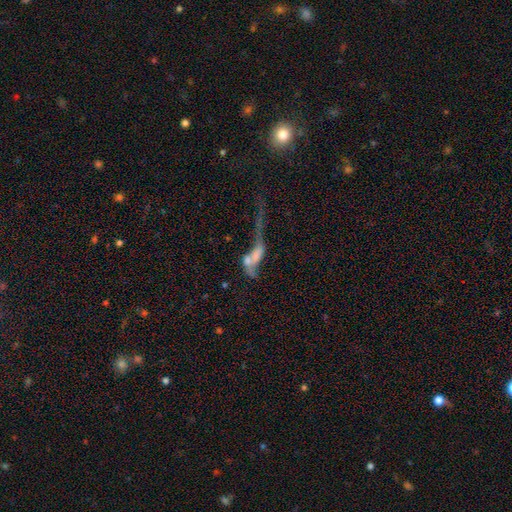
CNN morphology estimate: The model was most divided on "smooth or featured": featured or disk: 50%, smooth: 37%, star or artifact: 13%. More confident: merging — merger (55%).